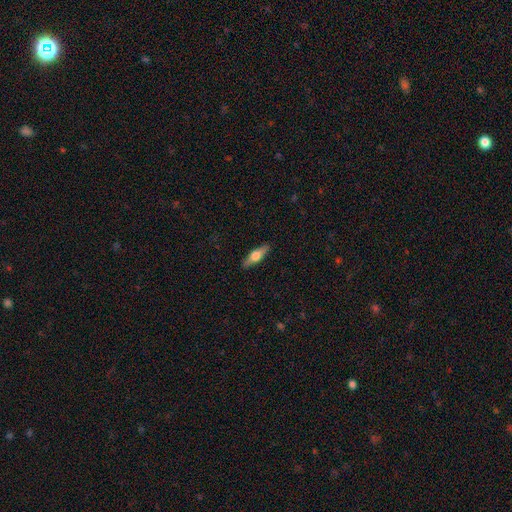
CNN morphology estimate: The model was most divided on "smooth or featured": featured or disk: 50%, smooth: 44%, star or artifact: 6%. More confident: edge-on disk — yes (93%); merging — none (90%).